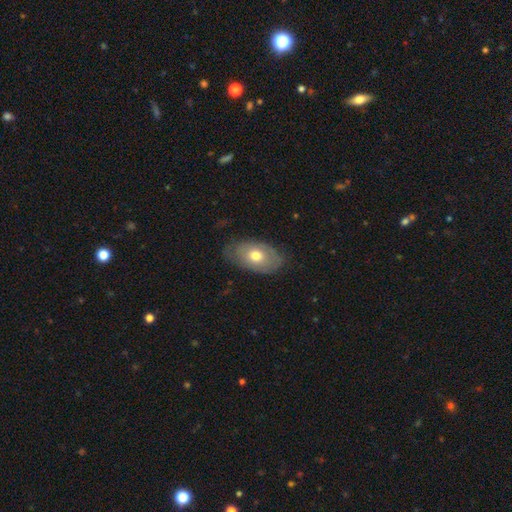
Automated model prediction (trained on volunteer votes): Smooth or featured? smooth (60%)
How rounded? in between (90%)
Merging? none (69%)